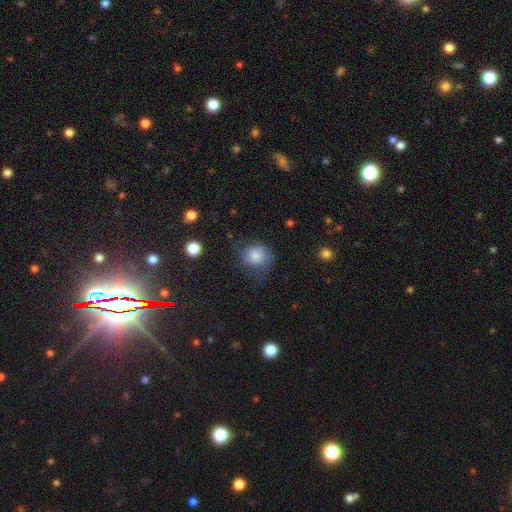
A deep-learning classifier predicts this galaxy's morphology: Smooth or featured? smooth (79%)
How rounded? round (76%)
Merging? none (54%)